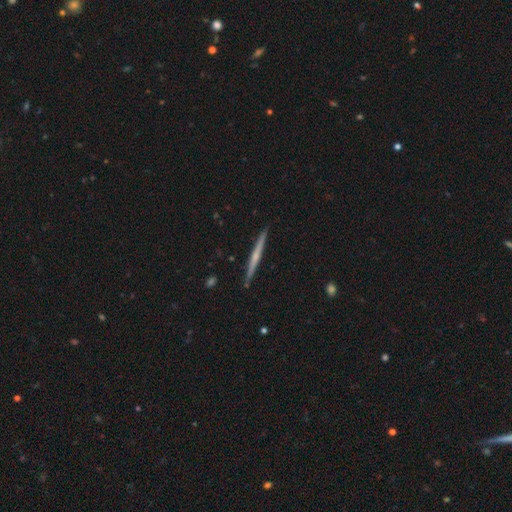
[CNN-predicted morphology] Overall: featured or disk (62%; smooth 33%). Edge-on disk: yes (98%). Edge-on bulge: none (54%; rounded 39%). Merging: none (91%).